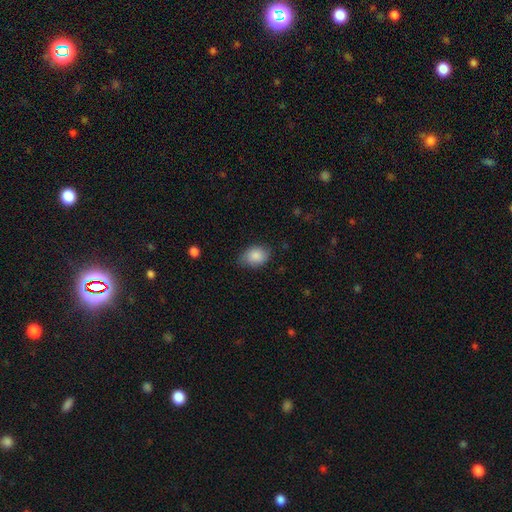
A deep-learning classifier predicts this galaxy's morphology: Smooth or featured? smooth (87%)
How rounded? in between (73%)
Merging? none (71%)